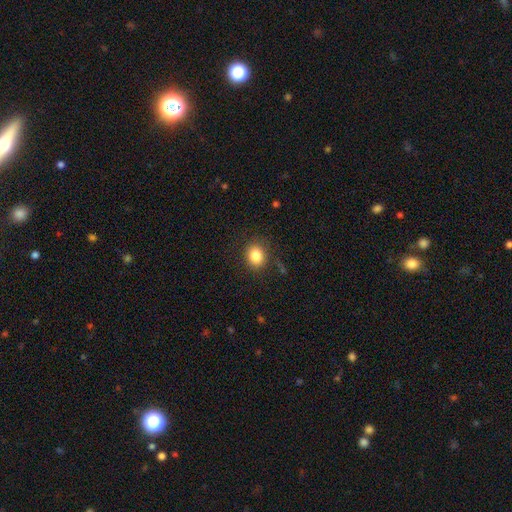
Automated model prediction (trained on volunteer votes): Morphology: type=smooth (83%); roundness=round (64%); merging=none (84%).